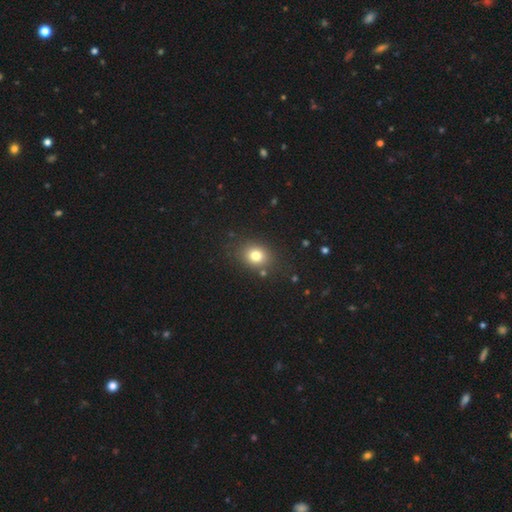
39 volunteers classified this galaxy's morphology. Smooth or featured?
  - smooth: 85% *
  - star or artifact: 10%
  - featured or disk: 5%
How rounded?
  - round: 76% *
  - in between: 24%
  - cigar-shaped: 0%
Merging?
  - none: 94% *
  - minor disturbance: 3%
  - merger: 3%
  - major disturbance: 0%